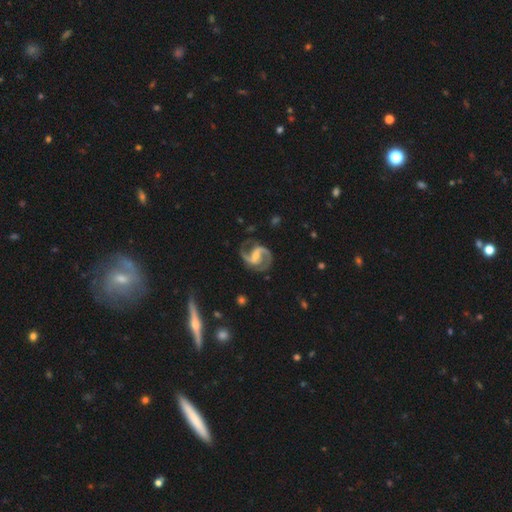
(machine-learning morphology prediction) A featured or disk galaxy (92%) with a weak bar (47%), 2 (93%) medium (60%) spiral arms (98%) and a small central bulge (40%).

Vote fractions:
- Smooth or featured? featured or disk: 92% / star or artifact: 4% / smooth: 4%
- Edge-on disk? no: 98% / yes: 2%
- Bar? weak: 47% / strong: 35% / no: 18%
- Spiral arms? yes: 98% / no: 2%
- Spiral winding? medium: 60% / loose: 25% / tight: 15%
- Spiral arm count? 2: 93% / can't tell: 2% / 1: 2% / 3: 1% / 4: 1% / more than 4: 1%
- Bulge size? small: 40% / moderate: 33% / none: 21% / large: 5% / dominant: 1%
- Merging? none: 76% / minor disturbance: 15% / major disturbance: 7% / merger: 2%